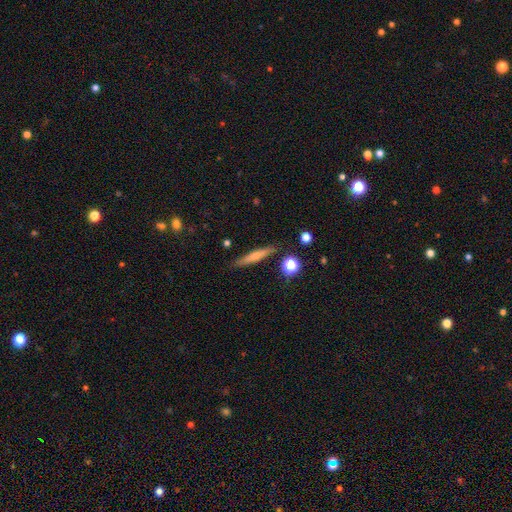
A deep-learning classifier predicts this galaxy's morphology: The model was most divided on "smooth or featured": smooth: 49%, featured or disk: 43%, star or artifact: 8%. More confident: merging — none (85%).